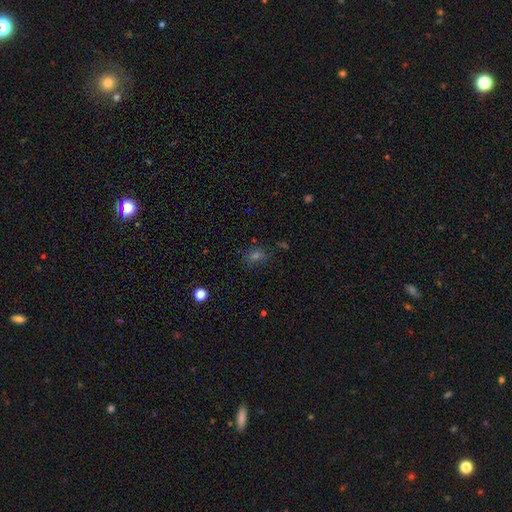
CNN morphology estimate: type=smooth (51%); roundness=in between (52%); merging=none (79%).